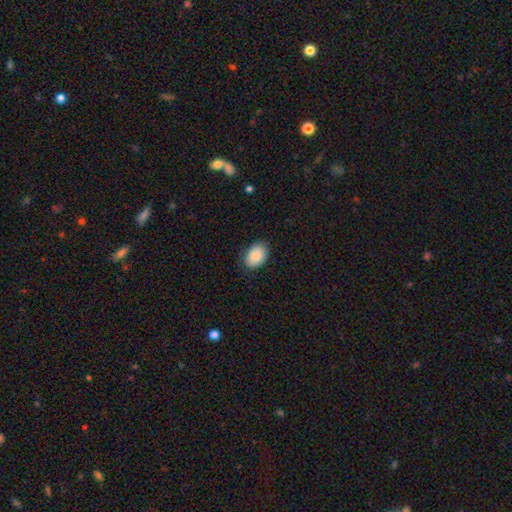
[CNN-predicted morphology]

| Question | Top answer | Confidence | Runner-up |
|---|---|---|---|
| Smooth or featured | smooth | 87% | star or artifact (7%) |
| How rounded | in between | 85% | round (14%) |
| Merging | none | 82% | minor disturbance (14%) |